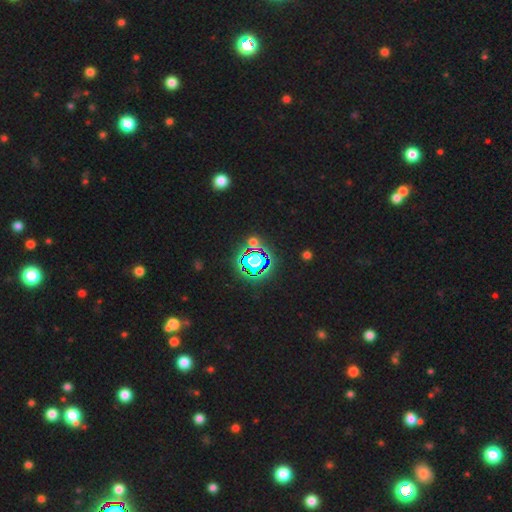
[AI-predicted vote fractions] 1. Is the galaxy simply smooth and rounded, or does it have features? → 70% star or artifact, 18% smooth, 12% featured or disk.